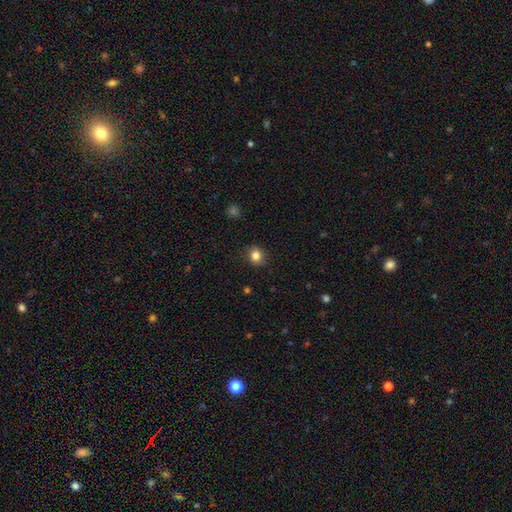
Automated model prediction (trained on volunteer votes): Smooth or featured: smooth — 83% (star or artifact — 11%)
How rounded: round — 82% (in between — 17%)
Merging: none — 88% (minor disturbance — 9%)